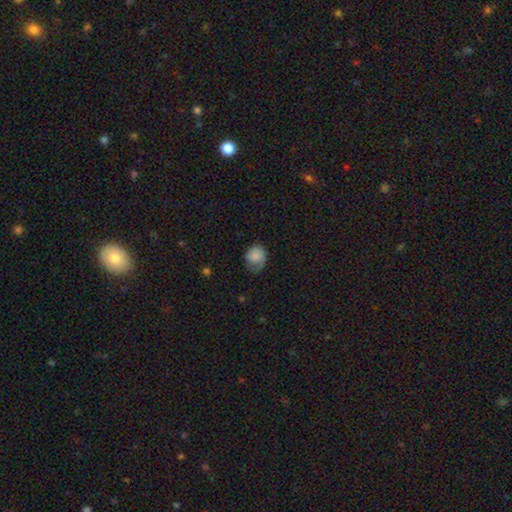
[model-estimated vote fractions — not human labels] smooth-or-featured: smooth: 71% | featured or disk: 21% | star or artifact: 8%
  how-rounded: round: 55% | in between: 44% | cigar-shaped: 1%
  merging: none: 46% | minor disturbance: 34% | major disturbance: 19% | merger: 1%